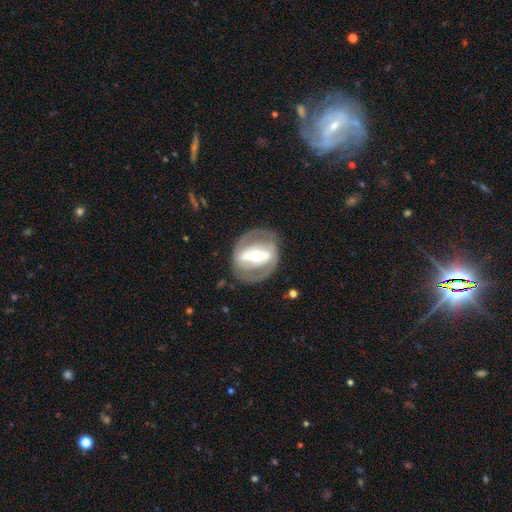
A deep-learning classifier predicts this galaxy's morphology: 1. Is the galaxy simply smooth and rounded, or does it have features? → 80% featured or disk, 15% smooth, 5% star or artifact.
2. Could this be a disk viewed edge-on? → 91% no, 9% yes.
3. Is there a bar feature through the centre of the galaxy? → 72% strong, 17% weak, 11% no.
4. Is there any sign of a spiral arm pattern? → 56% yes, 44% no.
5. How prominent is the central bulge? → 63% moderate, 25% small, 10% large, 1% dominant, 1% none.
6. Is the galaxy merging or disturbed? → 78% none, 12% minor disturbance, 8% major disturbance, 2% merger.